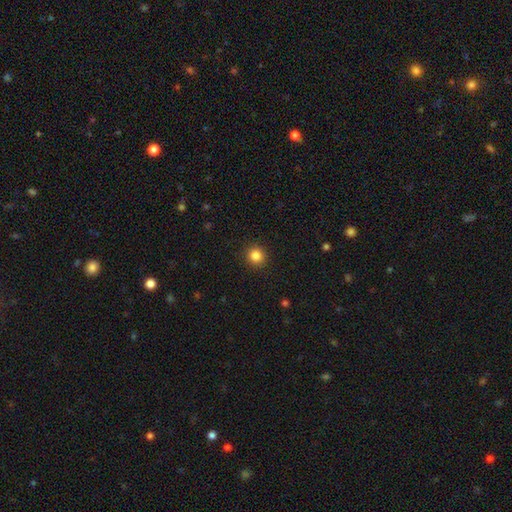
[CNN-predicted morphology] Smooth or featured? Predicted: smooth (p=0.84). How rounded? Predicted: round (p=0.93). Merging? Predicted: none (p=0.92).